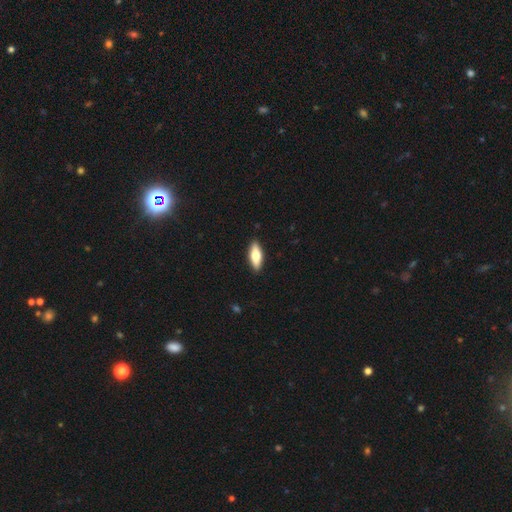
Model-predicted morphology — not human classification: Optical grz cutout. It shows a smooth galaxy with no disk features (65%) that is in between round and cigar-shaped (64%). Merging: none (90%).